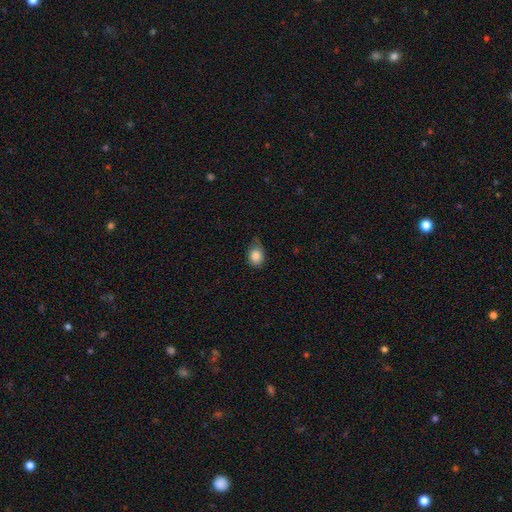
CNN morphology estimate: smooth_or_featured: smooth (p=0.86) [alt: star or artifact p=0.09]
how_rounded: in between (p=0.54) [alt: round p=0.45]
merging: none (p=0.54) [alt: minor disturbance p=0.36]